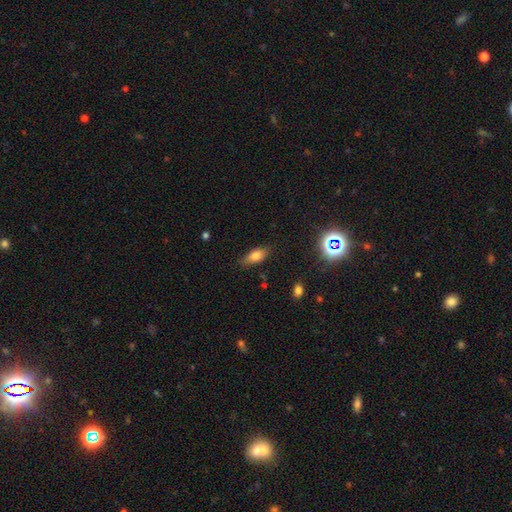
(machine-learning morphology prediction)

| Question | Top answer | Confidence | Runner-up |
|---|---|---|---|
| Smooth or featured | smooth | 77% | featured or disk (12%) |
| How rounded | in between | 83% | cigar-shaped (13%) |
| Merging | none | 79% | minor disturbance (16%) |